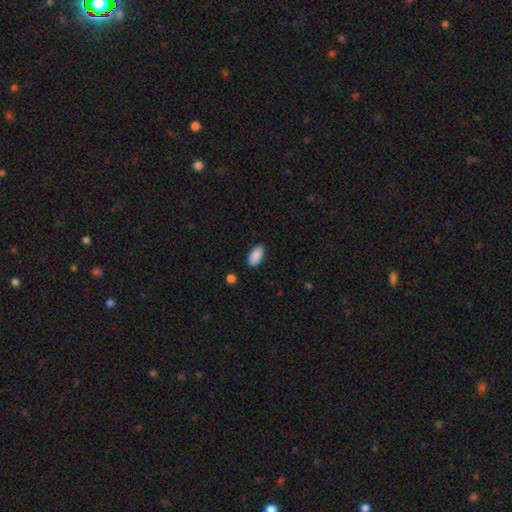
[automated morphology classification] A smooth galaxy with no disk features (90%) that is in between round and cigar-shaped (92%).

Vote fractions:
- Smooth or featured? smooth: 90% / star or artifact: 7% / featured or disk: 4%
- How rounded? in between: 92% / cigar-shaped: 6% / round: 2%
- Merging? none: 87% / minor disturbance: 9% / major disturbance: 2% / merger: 1%